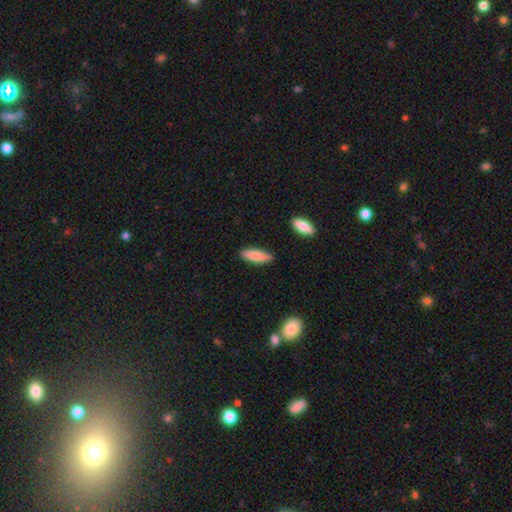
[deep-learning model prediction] Overall: smooth (84%). How rounded: cigar-shaped (51%; in between 47%). Merging: none (86%).